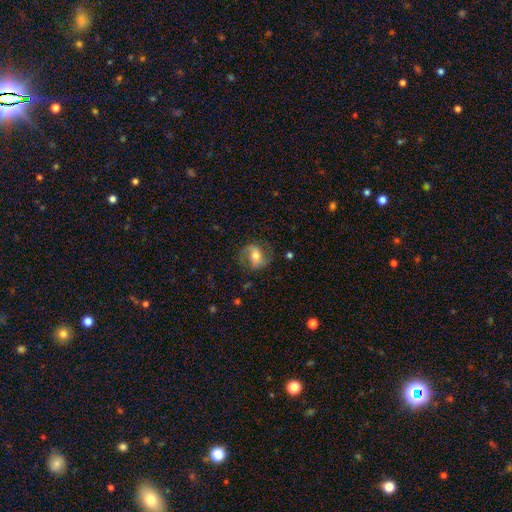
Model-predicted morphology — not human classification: A featured or disk galaxy (69%) with a weak bar (41%), 2 (82%) medium (46%) spiral arms (91%) and a moderate central bulge (63%).

Vote fractions:
- Smooth or featured? featured or disk: 69% / smooth: 24% / star or artifact: 8%
- Edge-on disk? no: 97% / yes: 3%
- Bar? weak: 41% / no: 34% / strong: 24%
- Spiral arms? yes: 91% / no: 9%
- Spiral winding? medium: 46% / loose: 38% / tight: 17%
- Spiral arm count? 2: 82% / 1: 10% / can't tell: 5% / 3: 1% / 4: 1% / more than 4: 1%
- Bulge size? moderate: 63% / small: 19% / large: 14% / none: 2% / dominant: 2%
- Merging? none: 70% / minor disturbance: 17% / major disturbance: 11% / merger: 1%